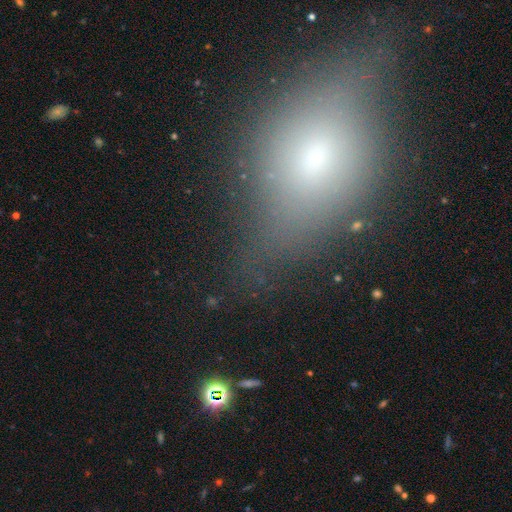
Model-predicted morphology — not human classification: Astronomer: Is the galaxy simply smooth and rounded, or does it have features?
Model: smooth — 50% (runner-up: featured or disk, 26%).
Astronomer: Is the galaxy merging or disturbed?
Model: none — 61%.